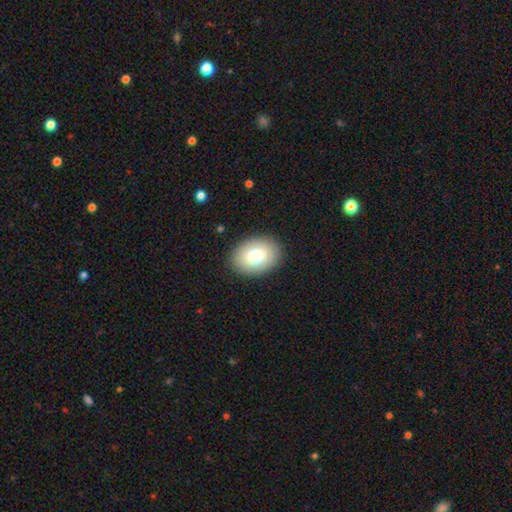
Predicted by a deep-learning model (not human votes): This is likely a smooth galaxy (77%). How rounded: likely in between (74%). Merging: clearly none (89%).